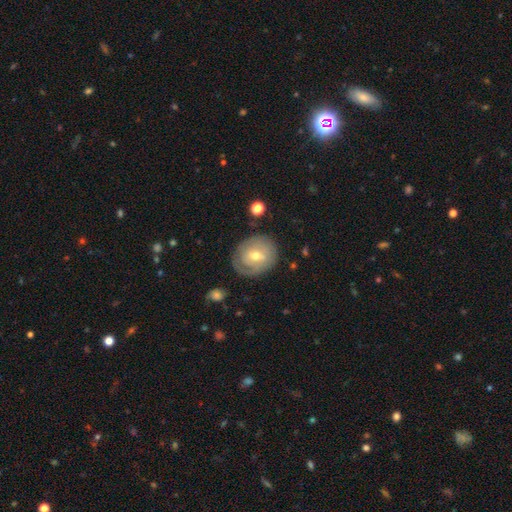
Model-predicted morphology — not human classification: The model was most divided on "bar": no: 45%, weak: 43%, strong: 11%. More confident: edge-on disk — no (96%); merging — none (73%); spiral arms — yes (67%); bulge size — moderate (61%); smooth or featured — featured or disk (61%).